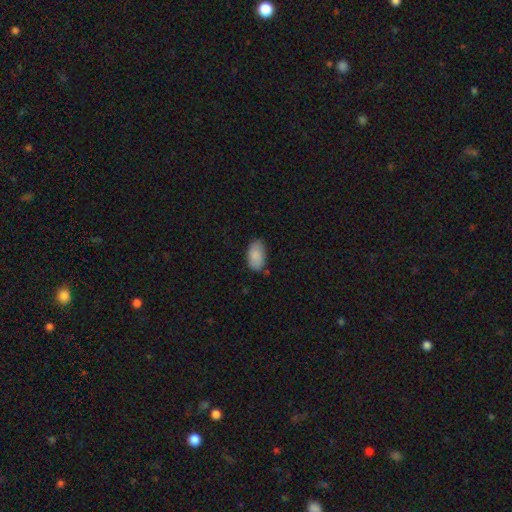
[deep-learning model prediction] A smooth galaxy with no disk features (88%) that is in between round and cigar-shaped (94%).

Vote fractions:
- Smooth or featured? smooth: 88% / star or artifact: 7% / featured or disk: 6%
- How rounded? in between: 94% / round: 4% / cigar-shaped: 2%
- Merging? none: 72% / minor disturbance: 22% / major disturbance: 4% / merger: 2%